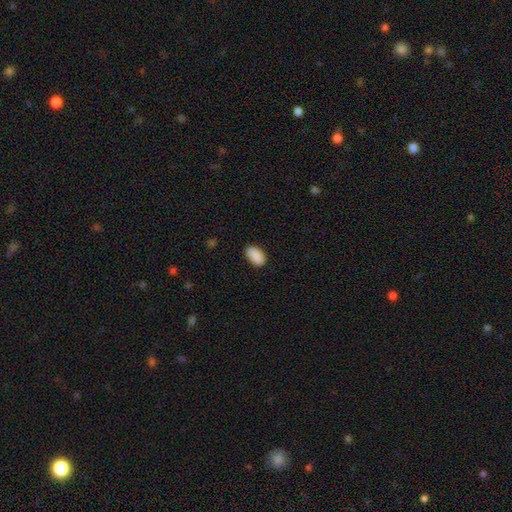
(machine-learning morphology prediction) A smooth galaxy with no disk features (90%) that is in between round and cigar-shaped (93%). Merging: none (85%).